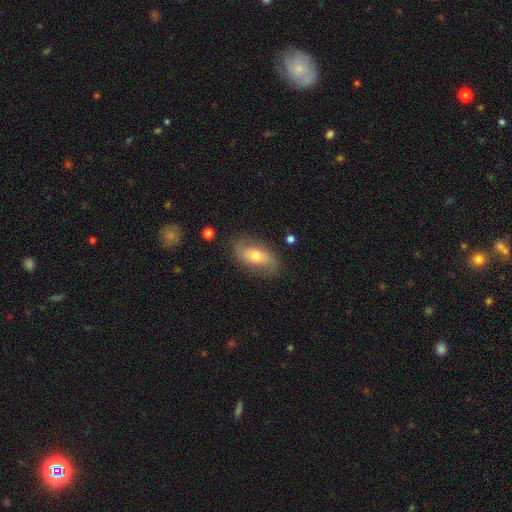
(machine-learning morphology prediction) This is possibly a featured or disk galaxy (52%). It is clearly not viewed edge-on (90%). Merging: likely none (77%).